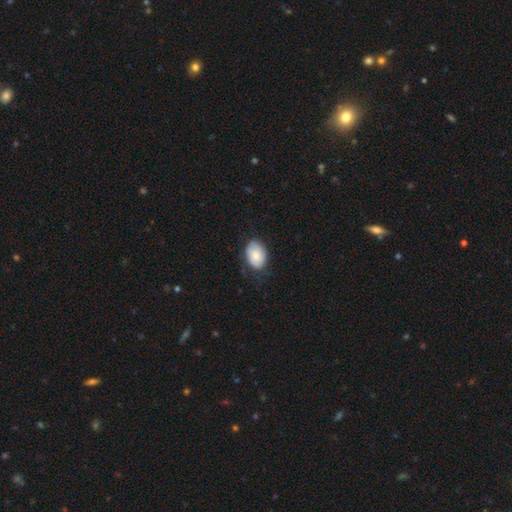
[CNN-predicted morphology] Q: Smooth or featured?
A: smooth (71%); runner-up: featured or disk (23%)
Q: How rounded?
A: in between (82%); runner-up: round (17%)
Q: Merging?
A: none (64%); runner-up: minor disturbance (28%)